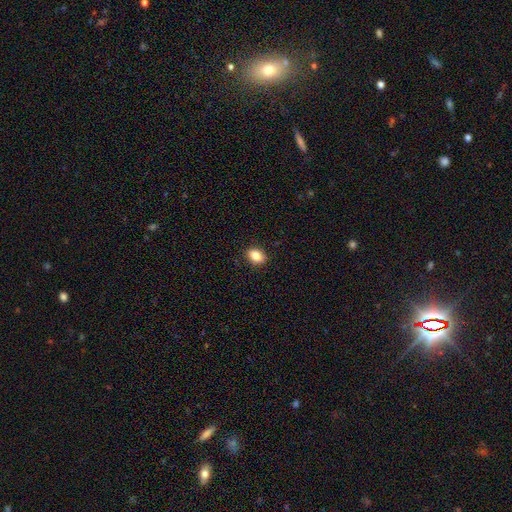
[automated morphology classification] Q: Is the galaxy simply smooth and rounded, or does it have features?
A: smooth — 84%.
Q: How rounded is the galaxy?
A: in between — 75%.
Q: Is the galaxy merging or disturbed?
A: none — 89%.